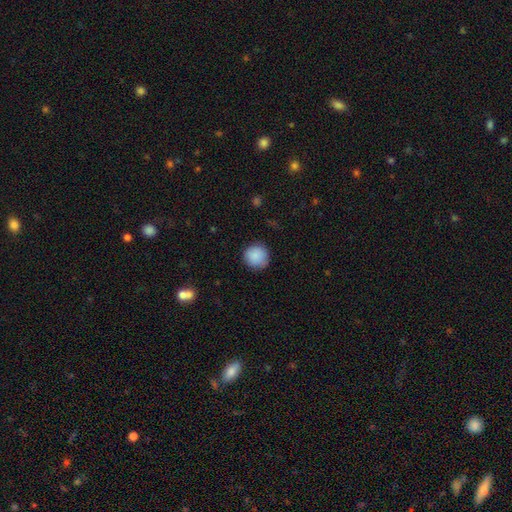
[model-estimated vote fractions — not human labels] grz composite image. It shows a smooth galaxy with no disk features (89%) that is round (94%). Merging: none (87%).